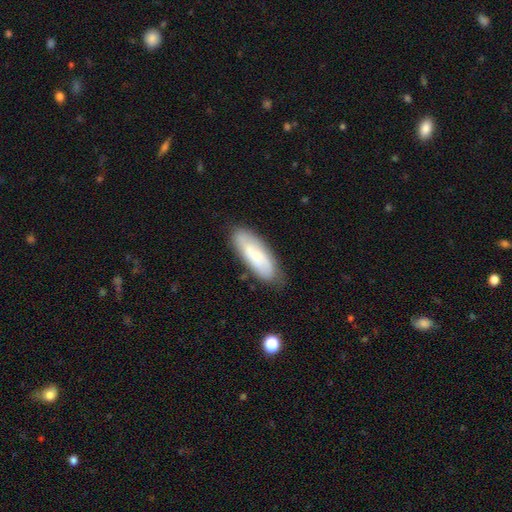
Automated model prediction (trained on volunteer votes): Smooth or featured? Predicted: smooth (p=0.56). How rounded? Predicted: in between (p=0.65). Merging? Predicted: none (p=0.77).